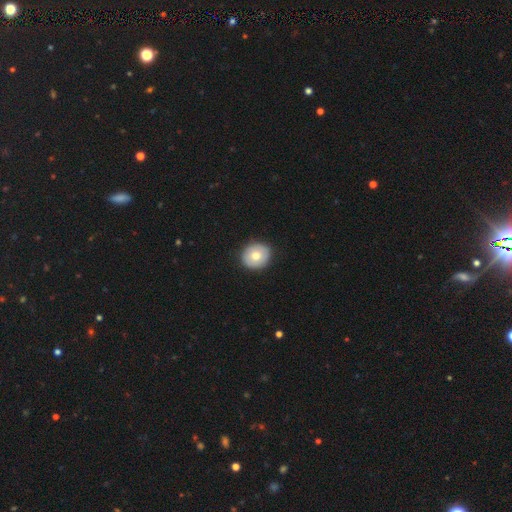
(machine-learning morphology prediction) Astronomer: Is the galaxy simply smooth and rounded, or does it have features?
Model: smooth — 72%.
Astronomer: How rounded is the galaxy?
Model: round — 84%.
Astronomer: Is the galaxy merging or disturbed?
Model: none — 90%.